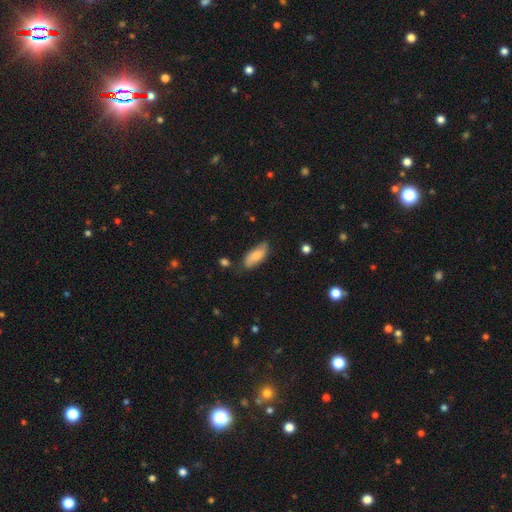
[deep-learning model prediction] Smooth or featured? Predicted: smooth (p=0.75). How rounded? Predicted: in between (p=0.83). Merging? Predicted: none (p=0.71).